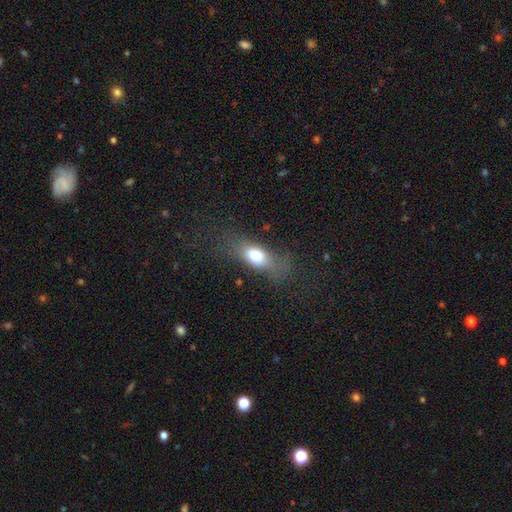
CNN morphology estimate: Smooth or featured: smooth — 72% (featured or disk — 18%)
How rounded: in between — 77% (cigar-shaped — 14%)
Merging: none — 53% (minor disturbance — 24%)